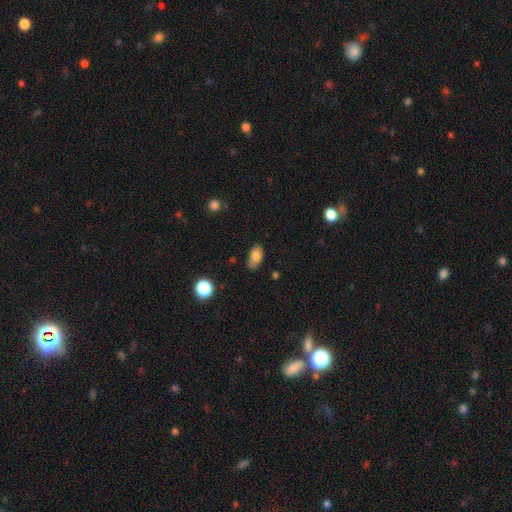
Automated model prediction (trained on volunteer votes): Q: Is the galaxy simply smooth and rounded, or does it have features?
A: smooth — 82%.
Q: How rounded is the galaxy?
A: in between — 90%.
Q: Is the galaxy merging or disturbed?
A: none — 66%.